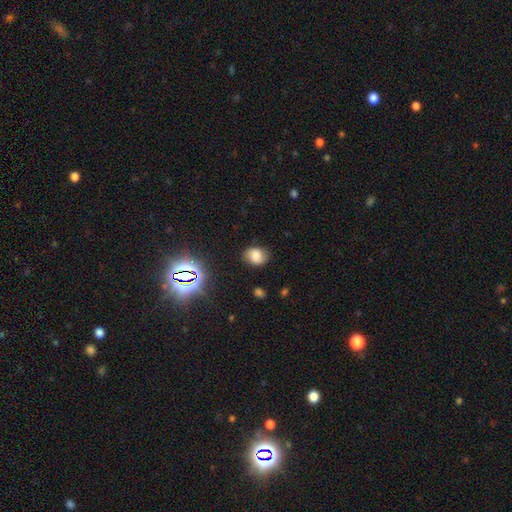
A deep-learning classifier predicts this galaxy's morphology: Smooth or featured?
  - smooth: 67% *
  - featured or disk: 17%
  - star or artifact: 17%
How rounded?
  - in between: 50% *
  - round: 49%
  - cigar-shaped: 1%
Merging?
  - none: 77% *
  - minor disturbance: 17%
  - major disturbance: 5%
  - merger: 2%